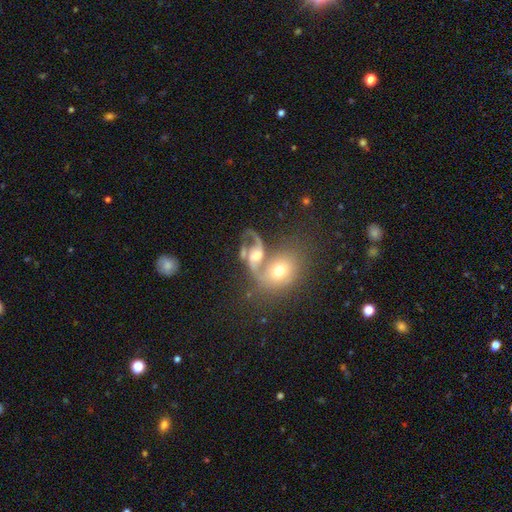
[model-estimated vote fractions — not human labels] The model was most divided on "bar": no: 53%, weak: 34%, strong: 13%. More confident: edge-on disk — no (96%); spiral arms — yes (89%); spiral arm count — 2 (85%); smooth or featured — featured or disk (73%); spiral winding — loose (65%); bulge size — moderate (57%); merging — merger (57%).